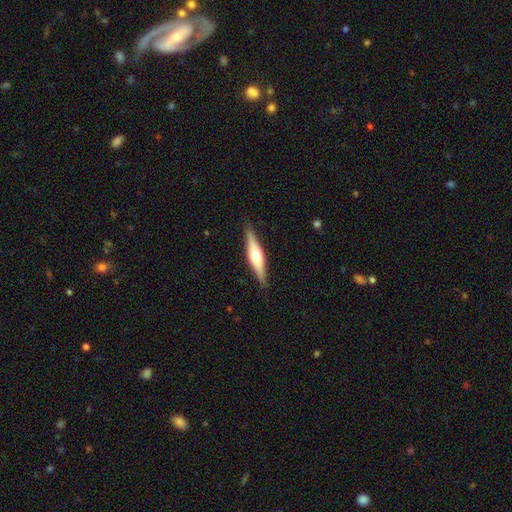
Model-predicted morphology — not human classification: A featured or disk galaxy (63%) viewed edge-on (96%) with a rounded central bulge (91%). Merging: none (88%).